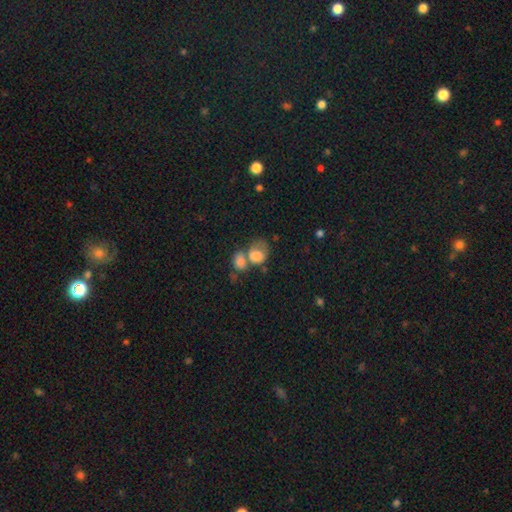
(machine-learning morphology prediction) Smooth or featured? smooth (77%)
How rounded? round (52%)
Merging? merger (55%)